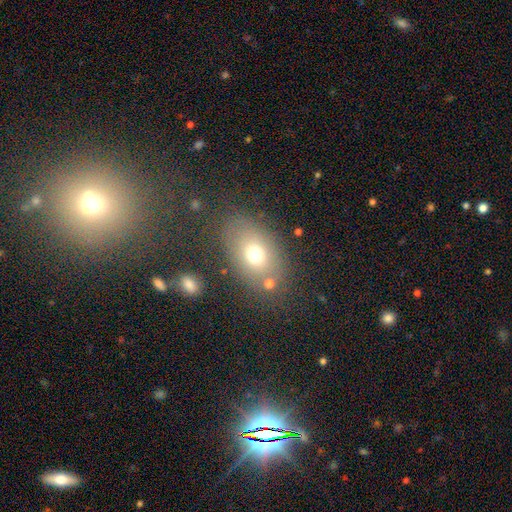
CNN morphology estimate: This is likely a smooth galaxy (67%). How rounded: likely in between (79%). Merging: likely none (75%).